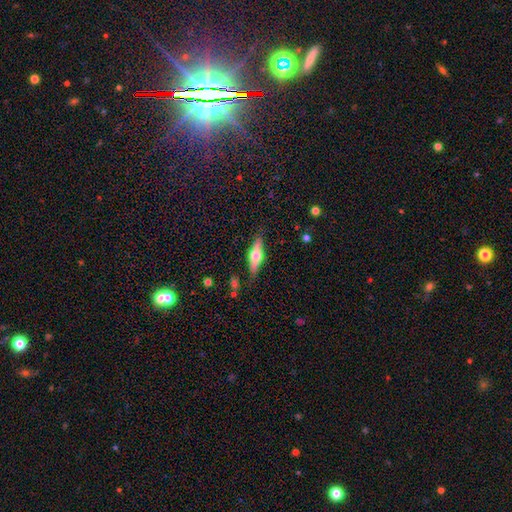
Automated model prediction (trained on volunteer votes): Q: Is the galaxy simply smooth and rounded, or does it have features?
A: featured or disk — 57%.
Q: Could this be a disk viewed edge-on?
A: yes — 94%.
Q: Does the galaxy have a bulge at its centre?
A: rounded — 91%.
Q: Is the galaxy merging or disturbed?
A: none — 84%.